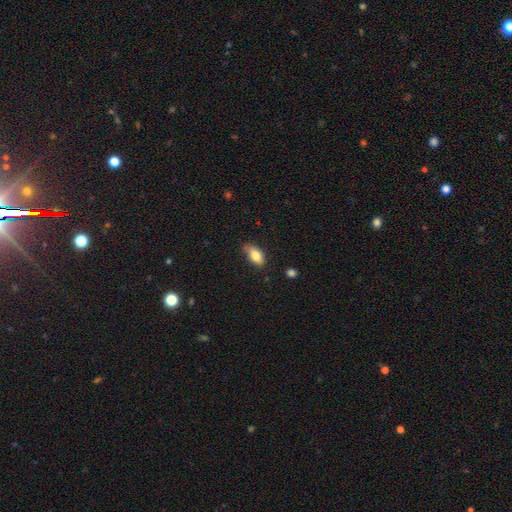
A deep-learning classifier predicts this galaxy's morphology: Q: Smooth or featured?
A: smooth (80%); runner-up: featured or disk (13%)
Q: How rounded?
A: in between (91%); runner-up: round (5%)
Q: Merging?
A: none (62%); runner-up: minor disturbance (29%)